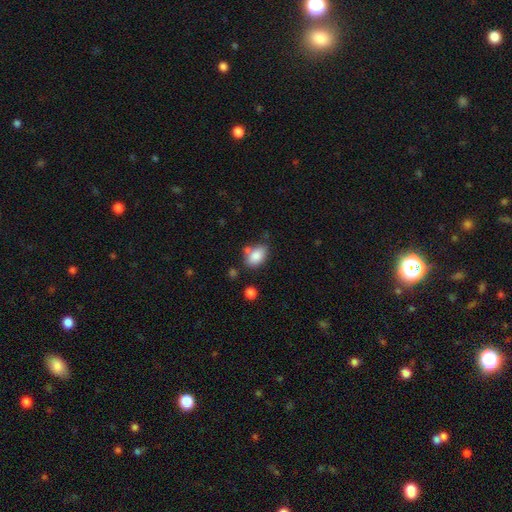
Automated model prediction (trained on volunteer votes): smooth_or_featured: smooth (p=0.84) [alt: star or artifact p=0.08]
how_rounded: in between (p=0.86) [alt: round p=0.12]
merging: none (p=0.63) [alt: minor disturbance p=0.20]